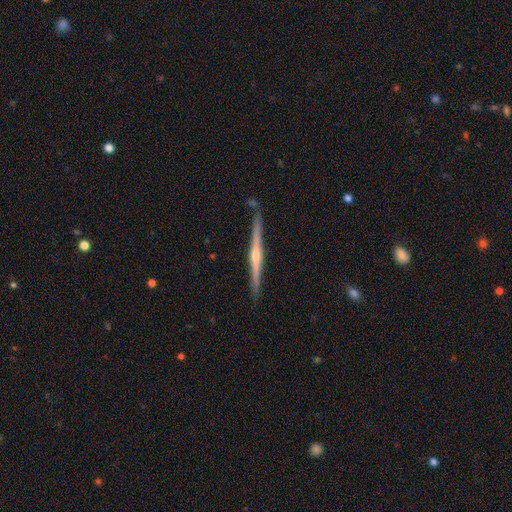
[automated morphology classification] smooth-or-featured: featured or disk: 83% | smooth: 12% | star or artifact: 5%
  disk-edge-on: yes: 98% | no: 2%
    edge-on-bulge: rounded: 79% | none: 14% | boxy: 7%
  merging: none: 90% | minor disturbance: 7% | merger: 2% | major disturbance: 1%